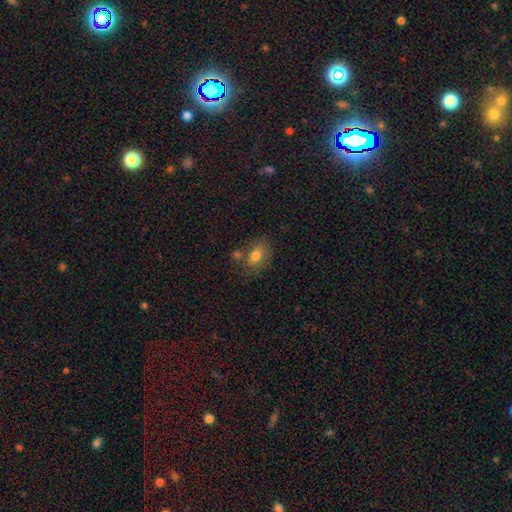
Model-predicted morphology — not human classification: type=smooth (73%); roundness=in between (79%); merging=none (56%).